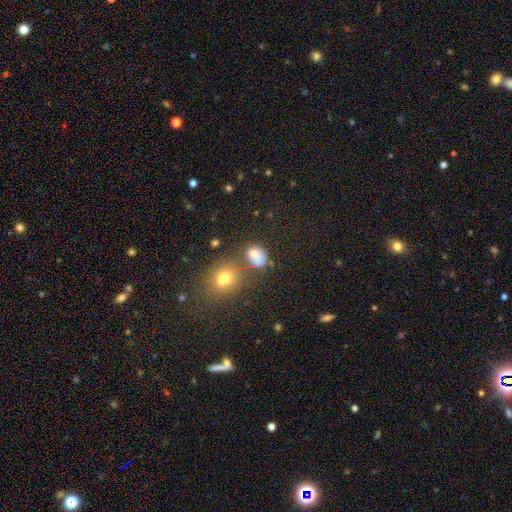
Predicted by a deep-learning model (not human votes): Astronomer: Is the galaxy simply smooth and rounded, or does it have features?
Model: smooth — 75%.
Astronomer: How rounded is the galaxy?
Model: in between — 58% (runner-up: round, 40%).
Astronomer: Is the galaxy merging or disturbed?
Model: none — 53%.